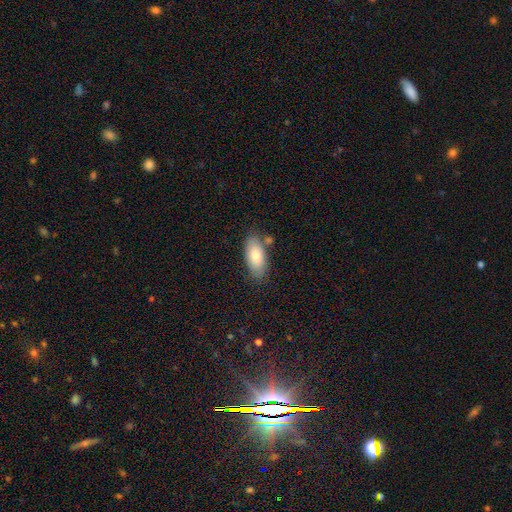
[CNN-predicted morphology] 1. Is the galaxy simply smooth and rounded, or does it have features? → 81% smooth, 13% featured or disk, 6% star or artifact.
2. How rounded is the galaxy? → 89% in between, 8% cigar-shaped, 2% round.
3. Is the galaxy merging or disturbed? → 73% none, 16% minor disturbance, 8% merger, 4% major disturbance.